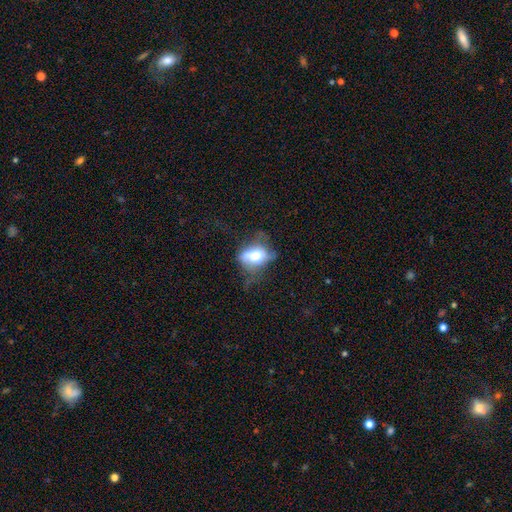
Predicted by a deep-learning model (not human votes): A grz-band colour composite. It shows a smooth galaxy with no disk features (51%) that is in between round and cigar-shaped (76%). Merging: none (37%).